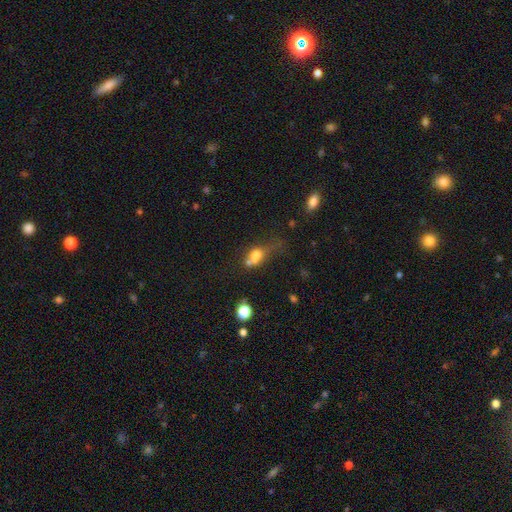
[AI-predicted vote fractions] Morphology: type=smooth (64%); roundness=round (52%); merging=merger (46%).